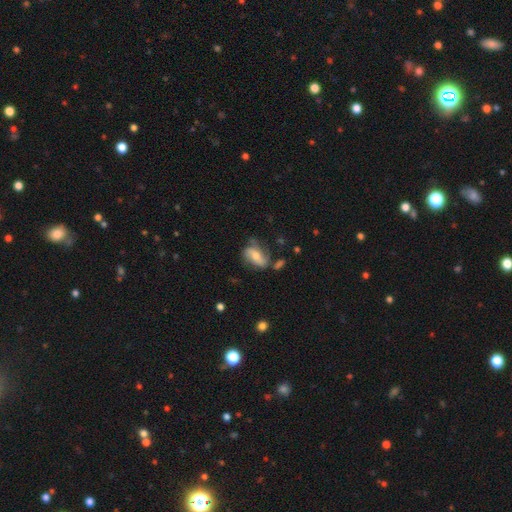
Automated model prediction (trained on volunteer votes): smooth_or_featured: featured or disk (p=0.55) [alt: smooth p=0.37]
disk_edge_on: no (p=0.91) [alt: yes p=0.09]
bar: no (p=0.45) [alt: weak p=0.32]
has_spiral_arms: yes (p=0.78) [alt: no p=0.22]
bulge_size: moderate (p=0.58) [alt: small p=0.33]
merging: none (p=0.53) [alt: minor disturbance p=0.26]